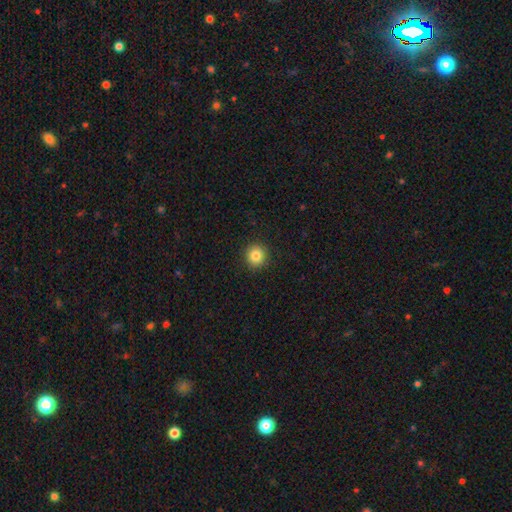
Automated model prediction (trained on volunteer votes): smooth 83%, star or artifact 11%, featured or disk 6%. Down the decision tree: how rounded — round (94%); merging — none (92%).